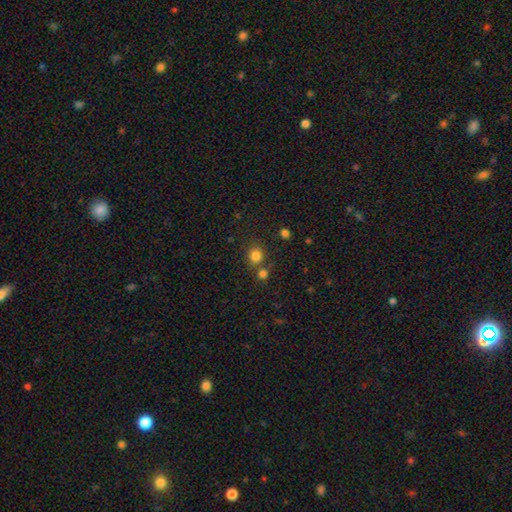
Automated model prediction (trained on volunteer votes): Q: Smooth or featured?
A: smooth (81%); runner-up: star or artifact (14%)
Q: How rounded?
A: round (82%); runner-up: in between (17%)
Q: Merging?
A: none (70%); runner-up: merger (18%)